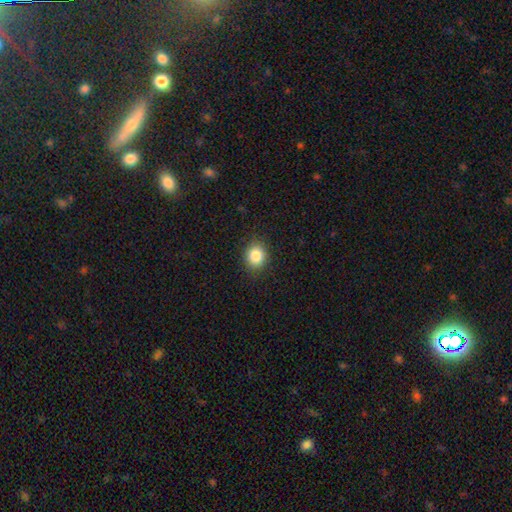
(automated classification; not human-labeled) This appears to be a smooth galaxy with no disk features (85%) that is round (64%). Merging: none (88%).